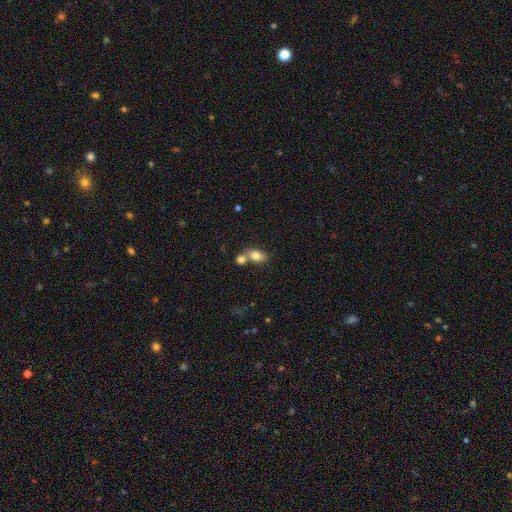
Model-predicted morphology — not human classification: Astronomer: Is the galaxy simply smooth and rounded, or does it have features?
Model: smooth — 78%.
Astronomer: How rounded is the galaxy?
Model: in between — 78%.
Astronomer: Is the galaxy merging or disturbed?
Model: none — 45% (runner-up: merger, 42%).